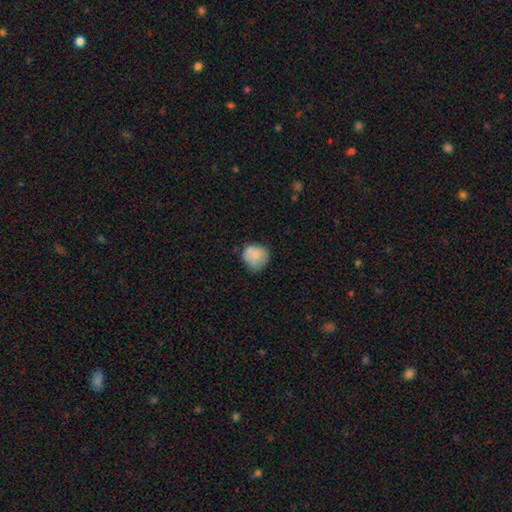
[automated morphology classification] Smooth or featured?
  - smooth: 77% *
  - featured or disk: 15%
  - star or artifact: 9%
How rounded?
  - round: 81% *
  - in between: 18%
  - cigar-shaped: 1%
Merging?
  - none: 56% *
  - minor disturbance: 28%
  - major disturbance: 9%
  - merger: 8%